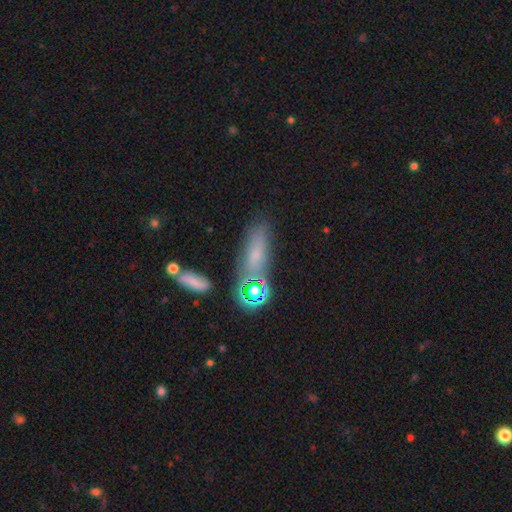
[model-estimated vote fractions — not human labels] Smooth or featured? Predicted: smooth (p=0.60). How rounded? Predicted: in between (p=0.51). Merging? Predicted: none (p=0.67).